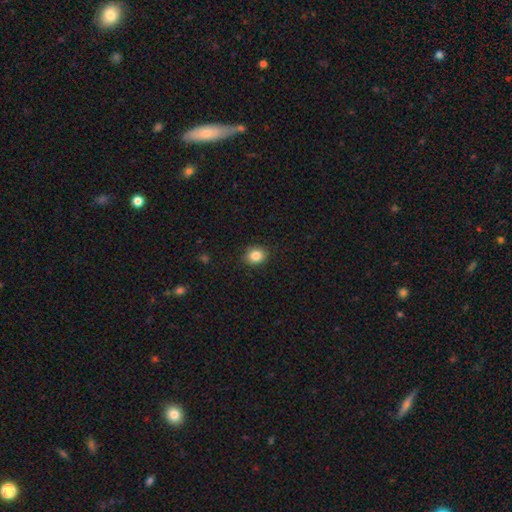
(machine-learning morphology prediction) Overall: smooth (85%). How rounded: round (67%; in between 32%). Merging: none (89%).